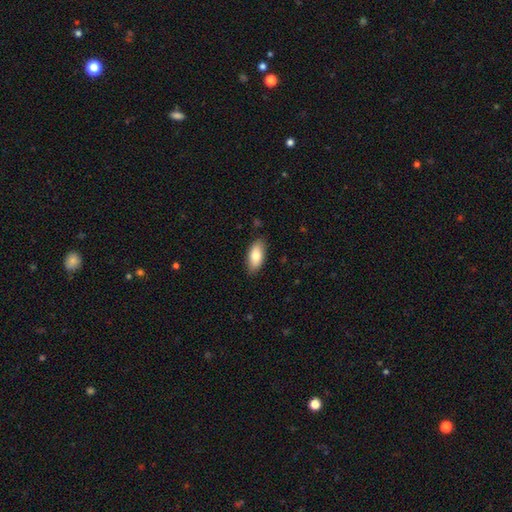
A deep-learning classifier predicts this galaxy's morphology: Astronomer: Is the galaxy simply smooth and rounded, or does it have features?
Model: smooth — 80%.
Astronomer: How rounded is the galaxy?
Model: in between — 89%.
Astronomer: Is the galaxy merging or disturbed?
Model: none — 85%.